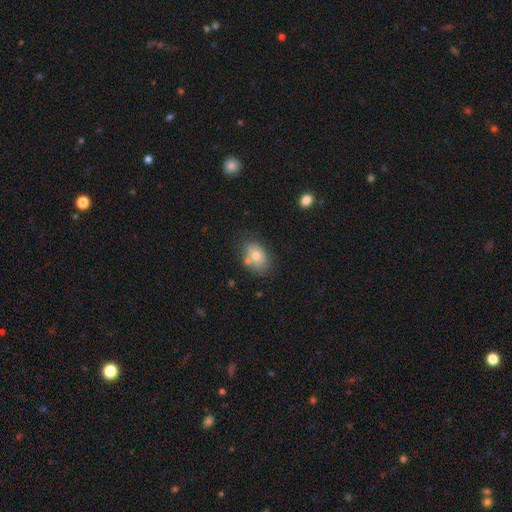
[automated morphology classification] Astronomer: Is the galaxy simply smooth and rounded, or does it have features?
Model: smooth — 68%.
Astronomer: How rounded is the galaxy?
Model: in between — 71%.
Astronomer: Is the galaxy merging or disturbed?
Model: none — 56%.